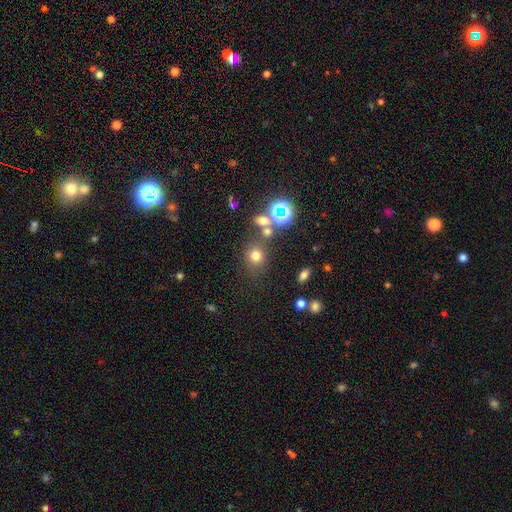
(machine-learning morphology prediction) smooth 69%, star or artifact 23%, featured or disk 8%. Down the decision tree: how rounded — round (80%); merging — none (71%).